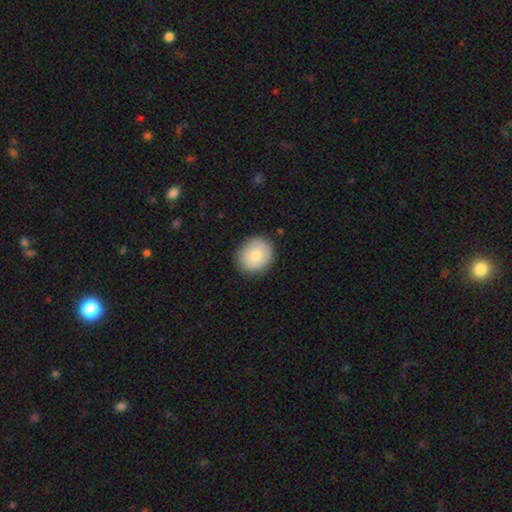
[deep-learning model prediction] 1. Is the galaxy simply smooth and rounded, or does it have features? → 78% smooth, 15% featured or disk, 7% star or artifact.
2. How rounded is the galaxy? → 80% round, 20% in between, 1% cigar-shaped.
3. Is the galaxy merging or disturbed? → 87% none, 10% minor disturbance, 2% major disturbance, 1% merger.